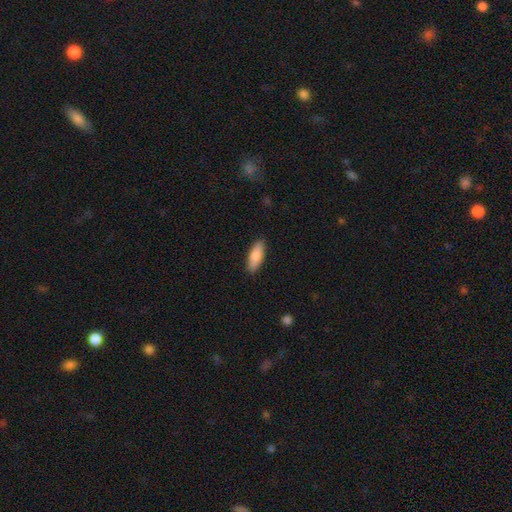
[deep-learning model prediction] Q: Smooth or featured?
A: smooth (82%); runner-up: featured or disk (12%)
Q: How rounded?
A: in between (64%); runner-up: cigar-shaped (34%)
Q: Merging?
A: none (88%); runner-up: minor disturbance (9%)